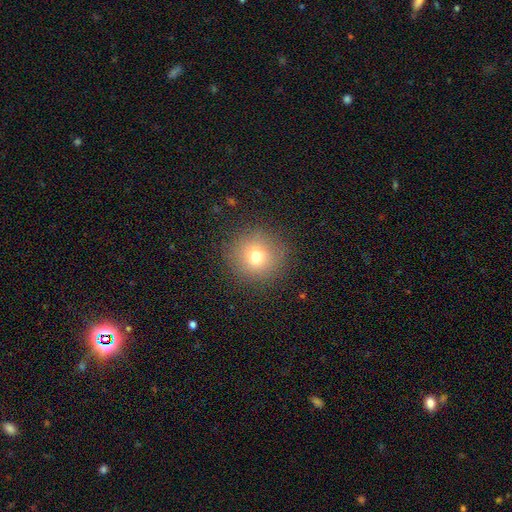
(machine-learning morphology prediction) This is likely a smooth galaxy (73%). How rounded: clearly round (94%). Merging: clearly none (88%).